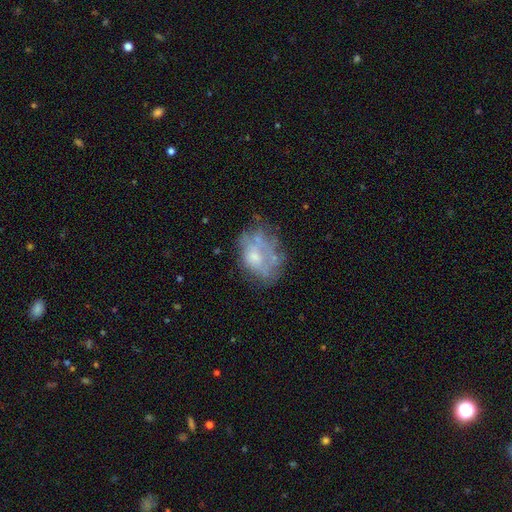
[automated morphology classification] Smooth or featured? Predicted: featured or disk (p=0.50). Edge-on disk? Predicted: no (p=0.97). Merging? Predicted: none (p=0.41).